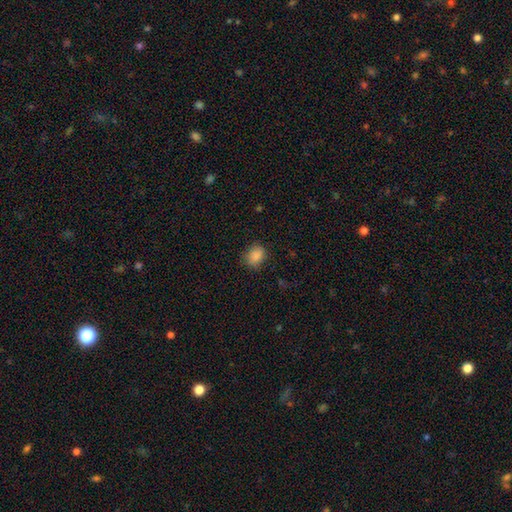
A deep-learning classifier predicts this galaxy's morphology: Smooth or featured?
  - smooth: 87% *
  - star or artifact: 9%
  - featured or disk: 4%
How rounded?
  - in between: 57% *
  - round: 42%
  - cigar-shaped: 1%
Merging?
  - none: 80% *
  - minor disturbance: 15%
  - major disturbance: 4%
  - merger: 1%